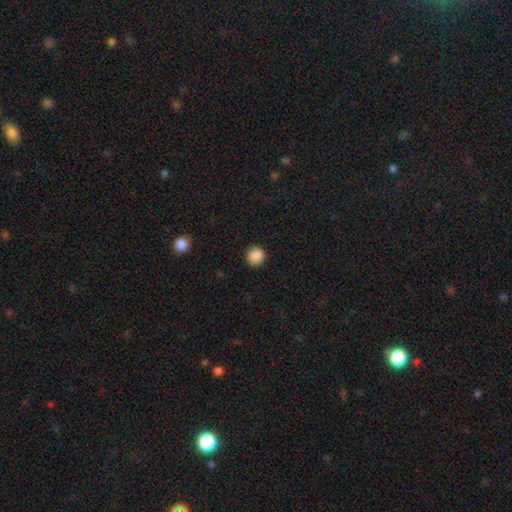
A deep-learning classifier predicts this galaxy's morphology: Smooth or featured: smooth — 89% (star or artifact — 9%)
How rounded: round — 92% (in between — 7%)
Merging: none — 91% (minor disturbance — 6%)